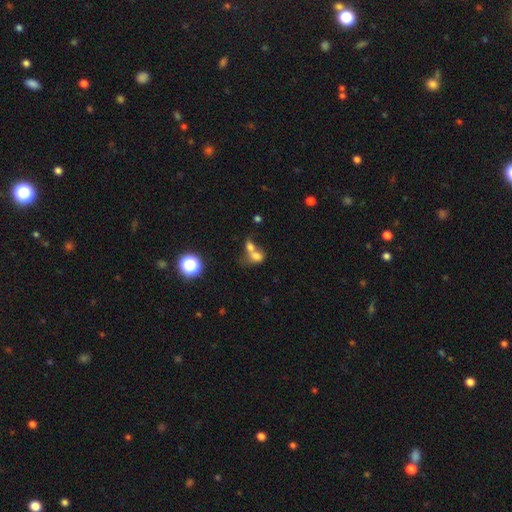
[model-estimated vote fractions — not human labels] A smooth galaxy with no disk features (70%) that is in between round and cigar-shaped (55%). Merging: merger (67%).